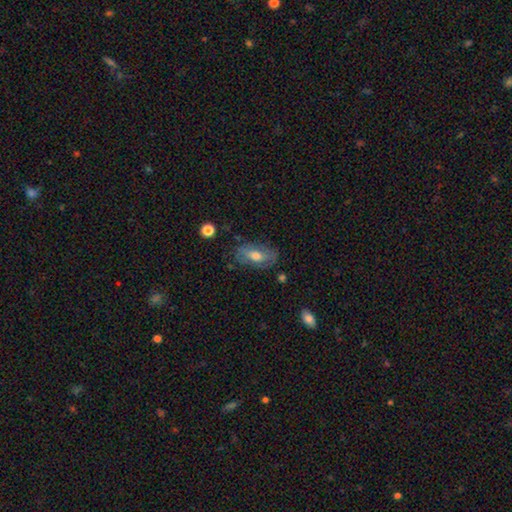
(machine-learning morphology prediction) Smooth or featured: smooth — 56% (featured or disk — 36%)
How rounded: in between — 86% (cigar-shaped — 8%)
Merging: none — 72% (minor disturbance — 20%)